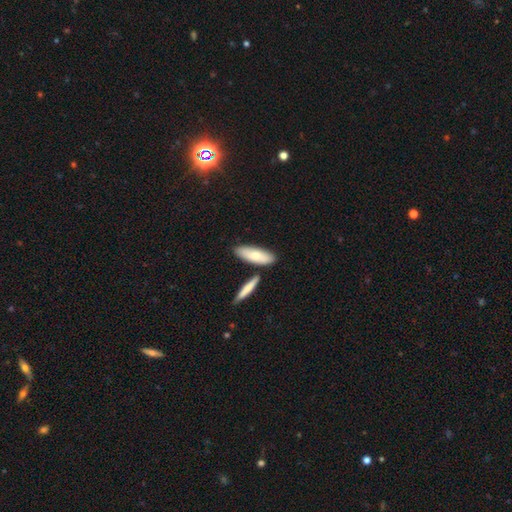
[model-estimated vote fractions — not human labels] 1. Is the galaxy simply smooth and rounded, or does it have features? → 73% smooth, 22% featured or disk, 5% star or artifact.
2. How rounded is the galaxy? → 59% in between, 39% cigar-shaped, 2% round.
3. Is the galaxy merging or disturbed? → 72% none, 13% minor disturbance, 12% merger, 3% major disturbance.